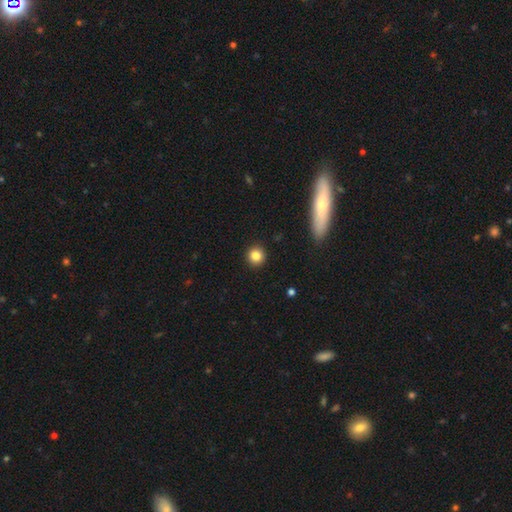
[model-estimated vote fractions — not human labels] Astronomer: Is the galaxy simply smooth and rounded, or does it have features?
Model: smooth — 84%.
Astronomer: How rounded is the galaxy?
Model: round — 93%.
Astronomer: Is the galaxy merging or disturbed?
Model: none — 92%.